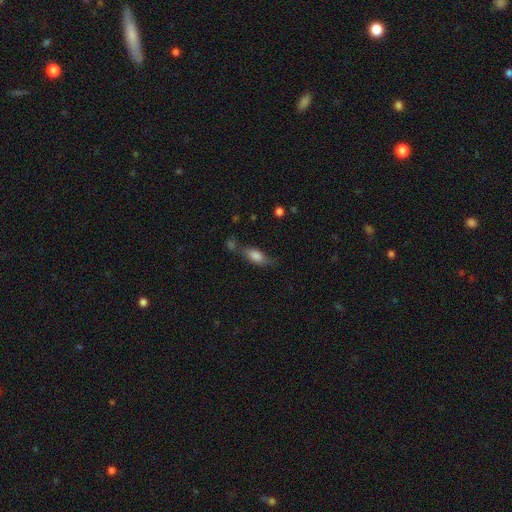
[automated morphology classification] Smooth or featured: smooth — 76% (featured or disk — 16%)
How rounded: in between — 78% (cigar-shaped — 18%)
Merging: none — 49% (minor disturbance — 24%)